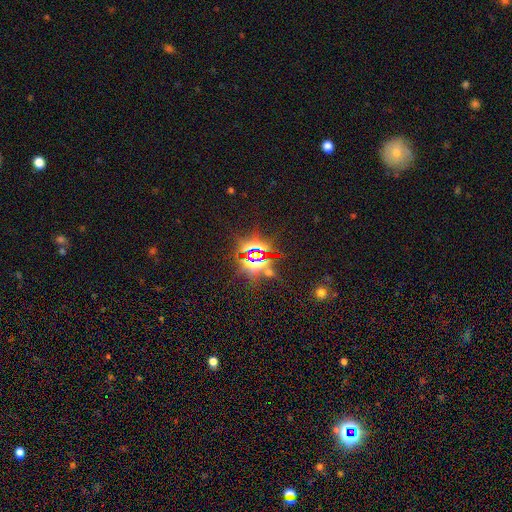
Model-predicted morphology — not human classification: smooth-or-featured: star or artifact: 83% | smooth: 9% | featured or disk: 8%